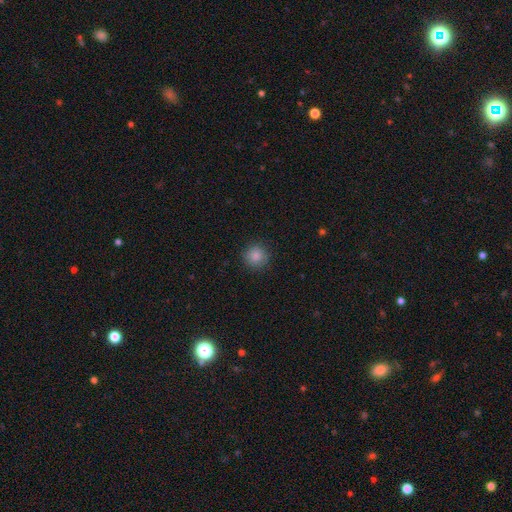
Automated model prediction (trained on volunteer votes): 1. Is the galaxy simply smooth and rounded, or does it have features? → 86% smooth, 10% star or artifact, 4% featured or disk.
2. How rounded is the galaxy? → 94% round, 5% in between, 1% cigar-shaped.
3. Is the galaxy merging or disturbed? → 89% none, 8% minor disturbance, 2% major disturbance, 1% merger.